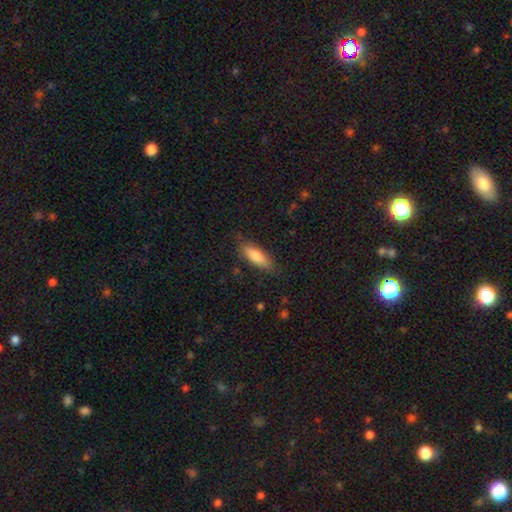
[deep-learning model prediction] smooth 78%, featured or disk 16%, star or artifact 6%. Down the decision tree: how rounded — in between (59%); merging — none (80%).